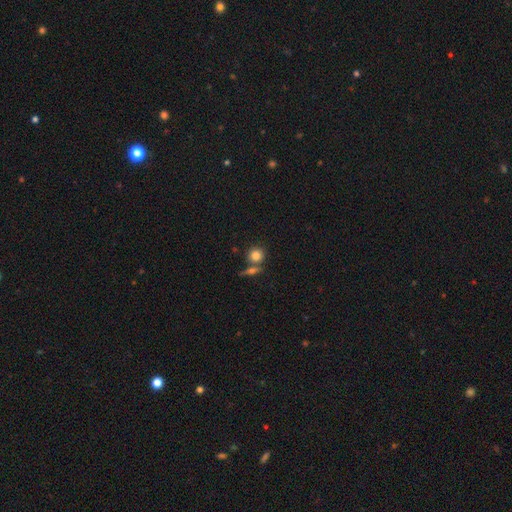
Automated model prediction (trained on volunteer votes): The model was most divided on "merging": none: 63%, merger: 24%, minor disturbance: 10%, major disturbance: 3%. More confident: how rounded — round (86%); smooth or featured — smooth (81%).